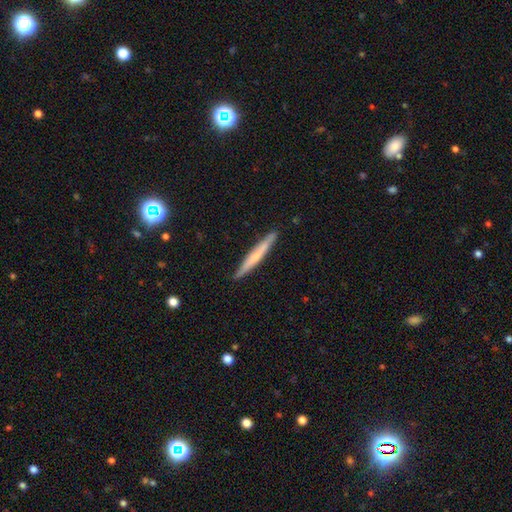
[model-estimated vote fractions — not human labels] This is possibly a smooth galaxy (52%). How rounded: clearly cigar-shaped (96%). Merging: clearly none (89%).